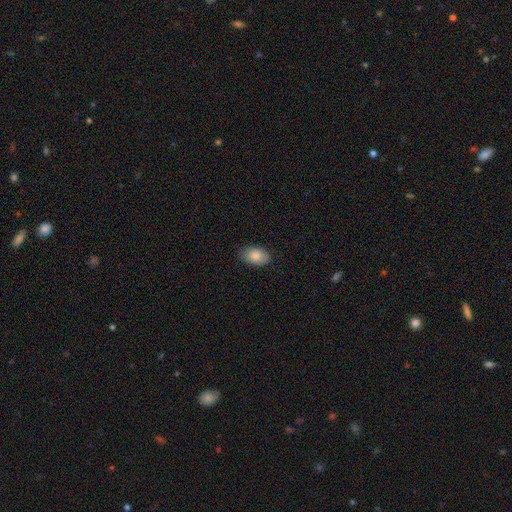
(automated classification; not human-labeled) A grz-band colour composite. It shows a smooth galaxy with no disk features (86%) that is in between round and cigar-shaped (91%). Merging: none (84%).